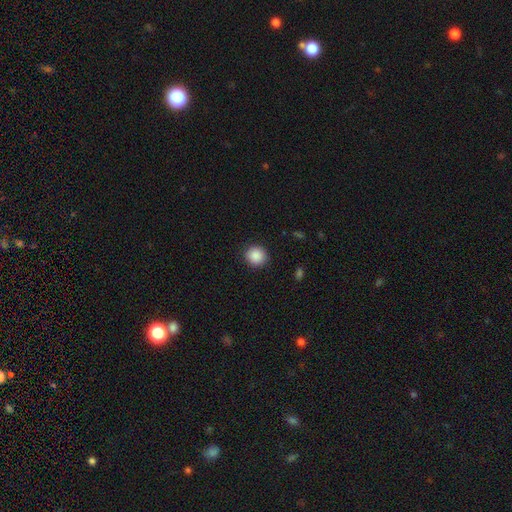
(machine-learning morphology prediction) Smooth or featured?
  - smooth: 88% *
  - star or artifact: 9%
  - featured or disk: 3%
How rounded?
  - round: 89% *
  - in between: 10%
  - cigar-shaped: 1%
Merging?
  - none: 90% *
  - minor disturbance: 7%
  - major disturbance: 2%
  - merger: 1%